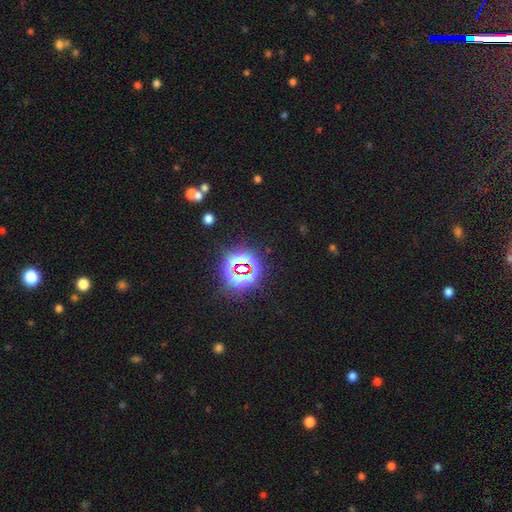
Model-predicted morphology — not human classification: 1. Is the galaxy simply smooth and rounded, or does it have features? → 82% star or artifact, 11% smooth, 7% featured or disk.